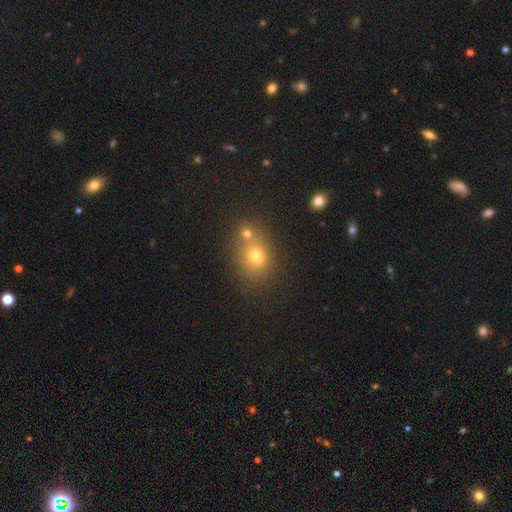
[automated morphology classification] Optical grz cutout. It shows a smooth galaxy with no disk features (69%) that is round (59%). Merging: none (58%).